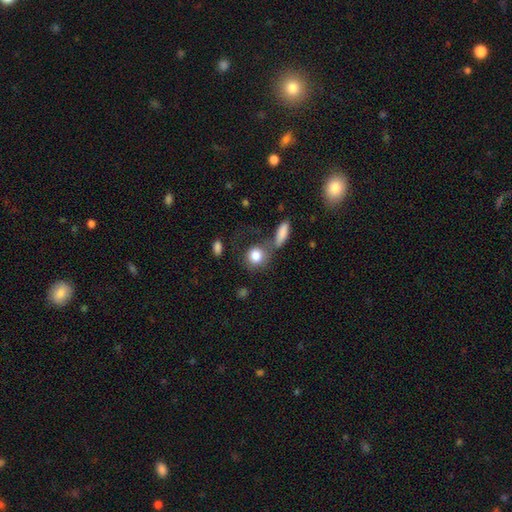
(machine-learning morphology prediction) Q: Smooth or featured?
A: smooth (83%); runner-up: featured or disk (9%)
Q: How rounded?
A: round (75%); runner-up: in between (23%)
Q: Merging?
A: none (49%); runner-up: merger (22%)